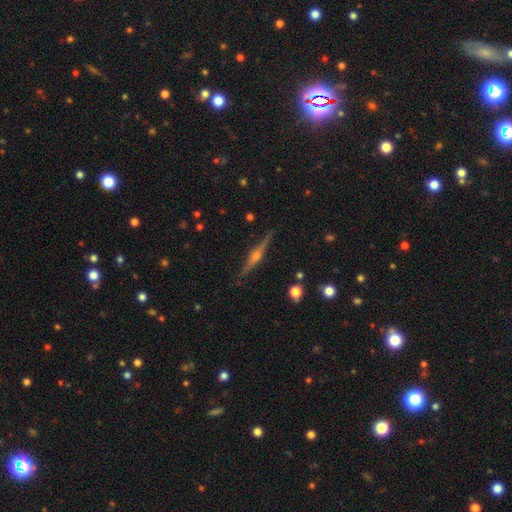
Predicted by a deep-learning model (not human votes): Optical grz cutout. It shows a featured or disk galaxy (83%) viewed edge-on (98%) with a rounded central bulge (92%). Merging: none (90%).